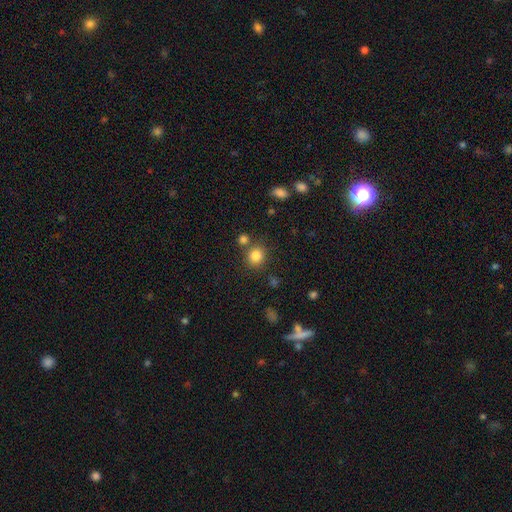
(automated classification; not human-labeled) smooth-or-featured: smooth: 84% | star or artifact: 11% | featured or disk: 5%
  how-rounded: round: 82% | in between: 17% | cigar-shaped: 1%
  merging: none: 74% | merger: 13% | minor disturbance: 10% | major disturbance: 4%